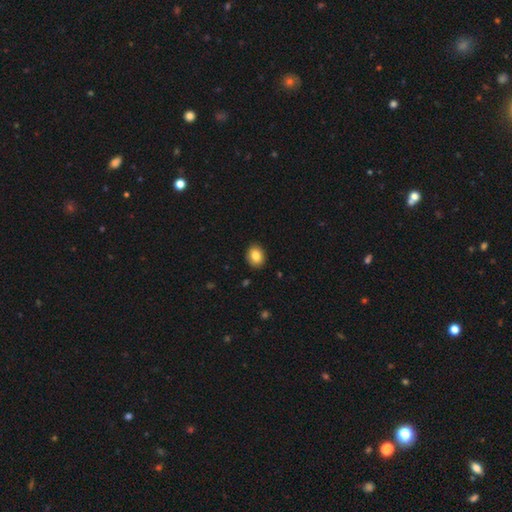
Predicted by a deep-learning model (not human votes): Morphology: type=smooth (84%); roundness=in between (56%); merging=none (90%).